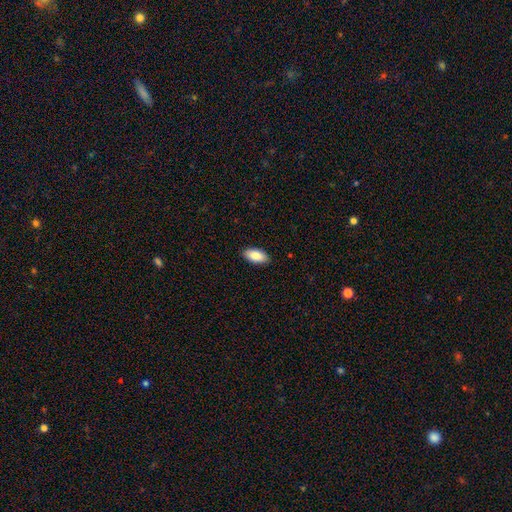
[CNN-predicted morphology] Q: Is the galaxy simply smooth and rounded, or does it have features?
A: smooth — 87%.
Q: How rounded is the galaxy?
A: in between — 93%.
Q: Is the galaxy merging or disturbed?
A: none — 88%.